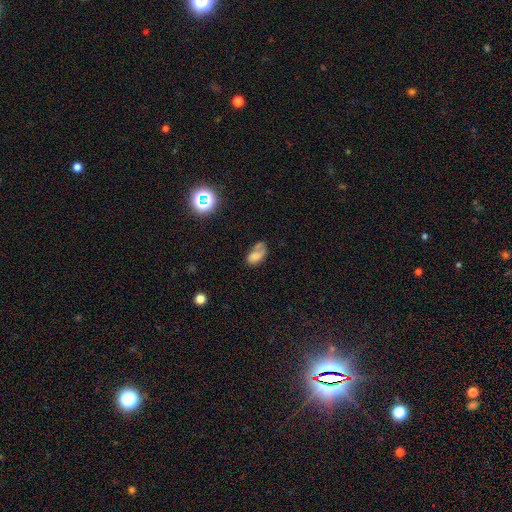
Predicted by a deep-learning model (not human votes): Smooth or featured? Predicted: smooth (p=0.66). How rounded? Predicted: in between (p=0.90). Merging? Predicted: none (p=0.35).